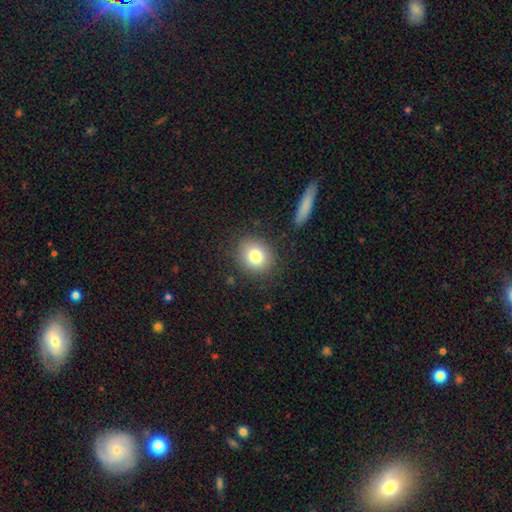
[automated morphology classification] Smooth or featured?
  - smooth: 78% *
  - featured or disk: 11%
  - star or artifact: 10%
How rounded?
  - round: 75% *
  - in between: 24%
  - cigar-shaped: 1%
Merging?
  - none: 85% *
  - minor disturbance: 9%
  - major disturbance: 3%
  - merger: 2%